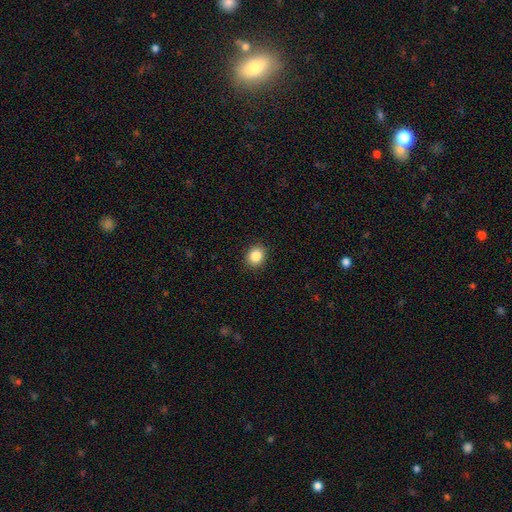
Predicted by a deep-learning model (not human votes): This appears to be a smooth galaxy with no disk features (87%) that is round (74%). Merging: none (90%).